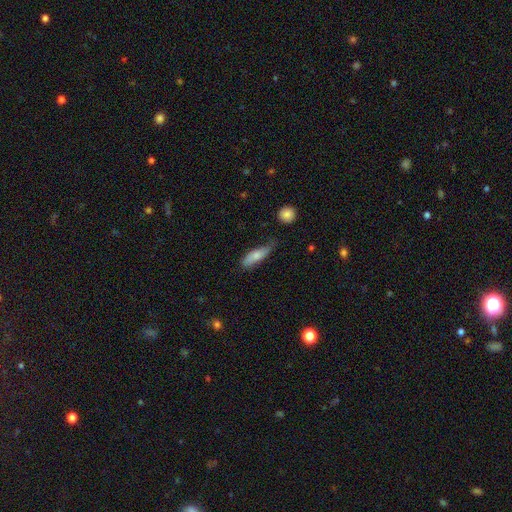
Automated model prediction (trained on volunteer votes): This is likely a smooth galaxy (73%). How rounded: possibly cigar-shaped (50%). Merging: possibly none (50%).